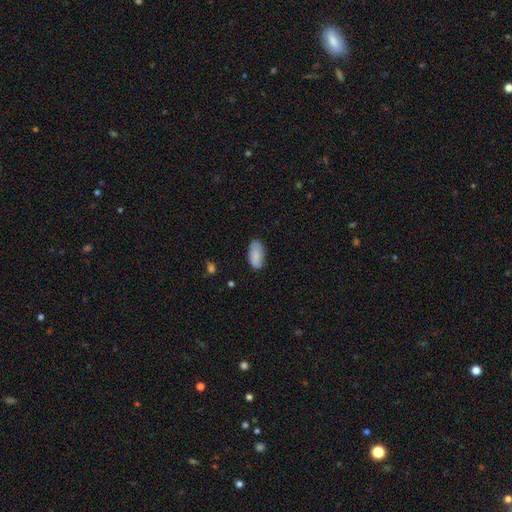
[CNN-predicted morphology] smooth 87%, featured or disk 7%, star or artifact 6%. Down the decision tree: how rounded — in between (93%); merging — none (79%).